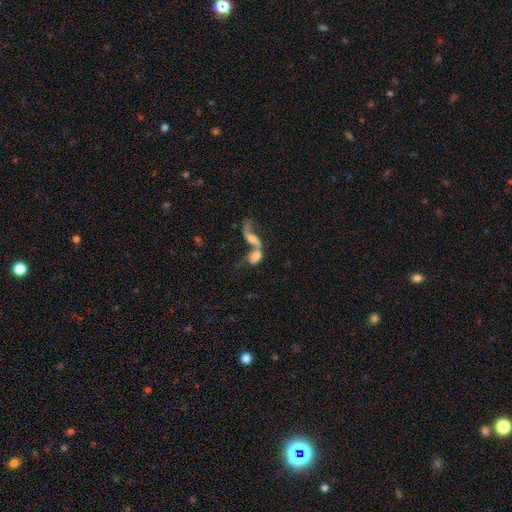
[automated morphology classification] Smooth or featured?
  - smooth: 47% *
  - featured or disk: 43%
  - star or artifact: 10%
Merging?
  - merger: 77% *
  - none: 10%
  - major disturbance: 8%
  - minor disturbance: 5%